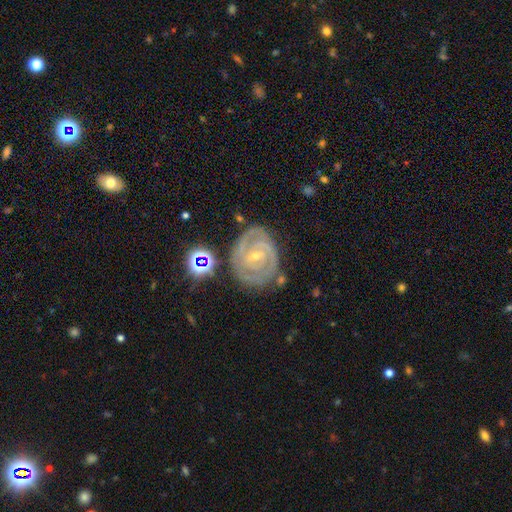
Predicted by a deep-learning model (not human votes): Morphology: type=featured or disk (88%); edge-on=no (97%); bar=weak (46%); spiral arms=yes (97%); winding=tight (76%); arm count=2 (62%); bulge=small (72%); merging=none (73%).